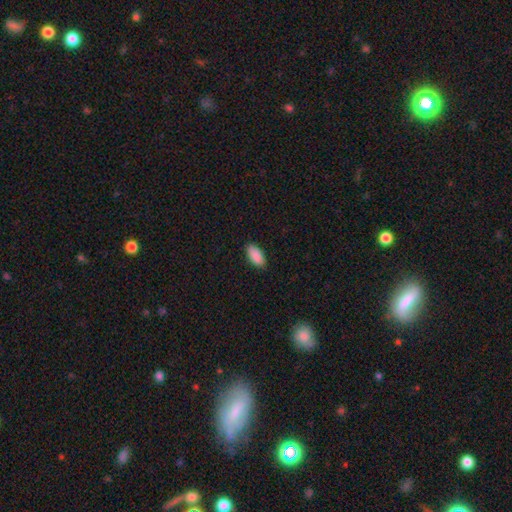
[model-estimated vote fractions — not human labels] Smooth or featured: smooth — 90% (star or artifact — 6%)
How rounded: in between — 92% (cigar-shaped — 6%)
Merging: none — 87% (minor disturbance — 11%)